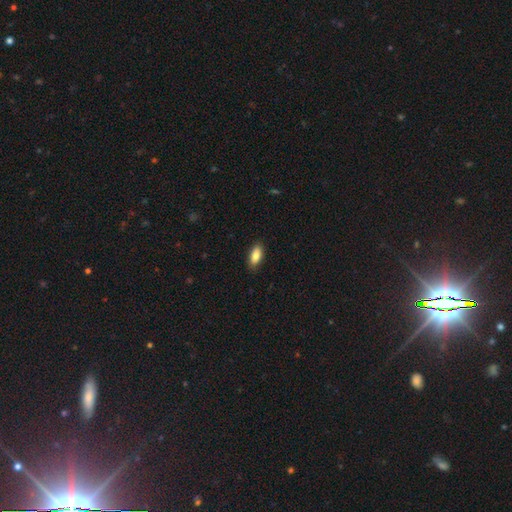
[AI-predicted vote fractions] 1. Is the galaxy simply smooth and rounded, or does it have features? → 86% smooth, 7% featured or disk, 7% star or artifact.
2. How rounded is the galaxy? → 87% in between, 11% cigar-shaped, 2% round.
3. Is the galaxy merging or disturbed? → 86% none, 11% minor disturbance, 2% major disturbance, 1% merger.